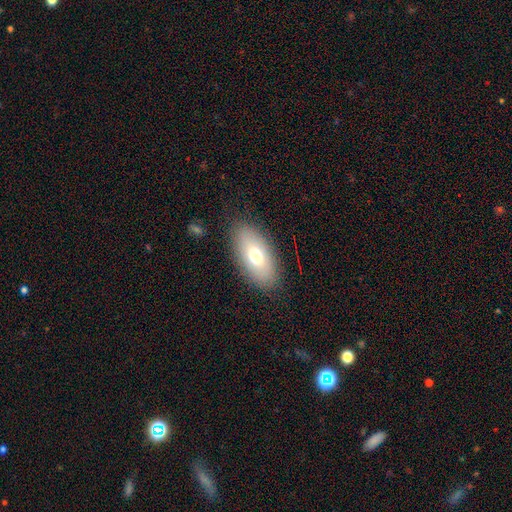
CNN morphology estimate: smooth-or-featured: smooth: 69% | featured or disk: 23% | star or artifact: 8%
  how-rounded: in between: 91% | cigar-shaped: 5% | round: 4%
  merging: none: 85% | minor disturbance: 10% | major disturbance: 3% | merger: 1%